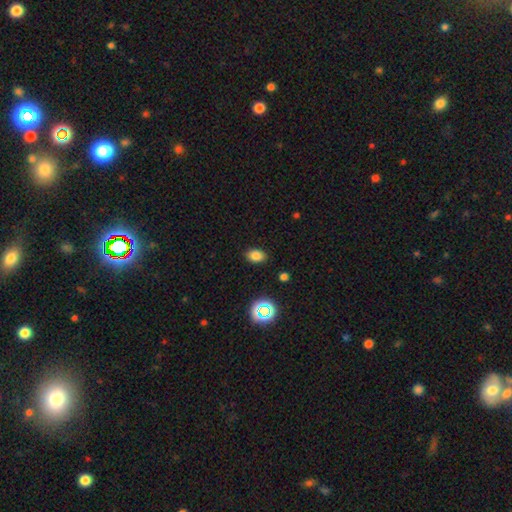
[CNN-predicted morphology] Q: Smooth or featured?
A: smooth (79%); runner-up: star or artifact (14%)
Q: How rounded?
A: in between (83%); runner-up: round (15%)
Q: Merging?
A: none (87%); runner-up: minor disturbance (9%)